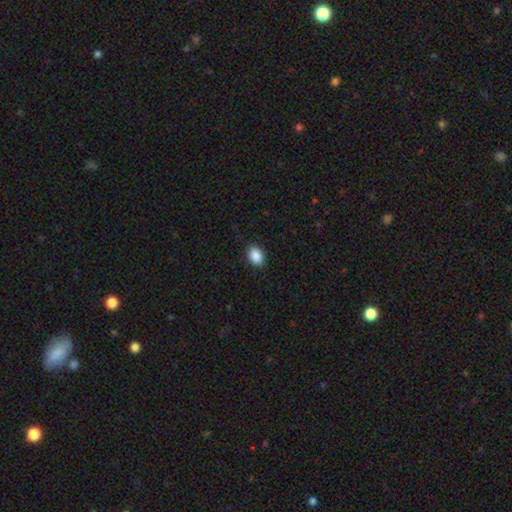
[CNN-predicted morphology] Smooth or featured?
  - smooth: 89% *
  - star or artifact: 8%
  - featured or disk: 3%
How rounded?
  - in between: 74% *
  - round: 25%
  - cigar-shaped: 1%
Merging?
  - none: 89% *
  - minor disturbance: 8%
  - major disturbance: 2%
  - merger: 1%